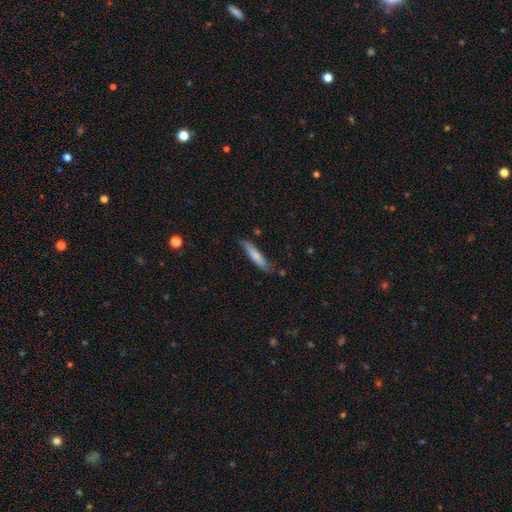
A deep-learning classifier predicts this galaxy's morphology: A smooth galaxy with no disk features (72%) that is cigar-shaped (87%).

Vote fractions:
- Smooth or featured? smooth: 72% / featured or disk: 23% / star or artifact: 5%
- How rounded? cigar-shaped: 87% / in between: 12% / round: 1%
- Merging? none: 72% / minor disturbance: 22% / major disturbance: 4% / merger: 2%